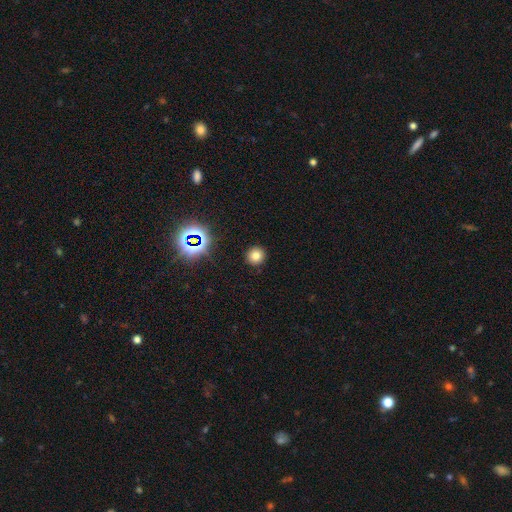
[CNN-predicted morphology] smooth-or-featured: smooth: 74% | star or artifact: 19% | featured or disk: 7%
  how-rounded: round: 93% | in between: 6% | cigar-shaped: 1%
  merging: none: 91% | minor disturbance: 5% | major disturbance: 2% | merger: 1%